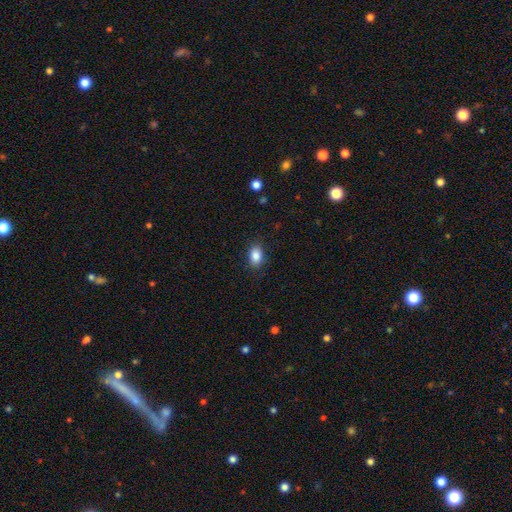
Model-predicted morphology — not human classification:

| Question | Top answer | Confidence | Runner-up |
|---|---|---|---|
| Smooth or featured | smooth | 87% | star or artifact (8%) |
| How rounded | in between | 85% | round (13%) |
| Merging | none | 86% | minor disturbance (11%) |